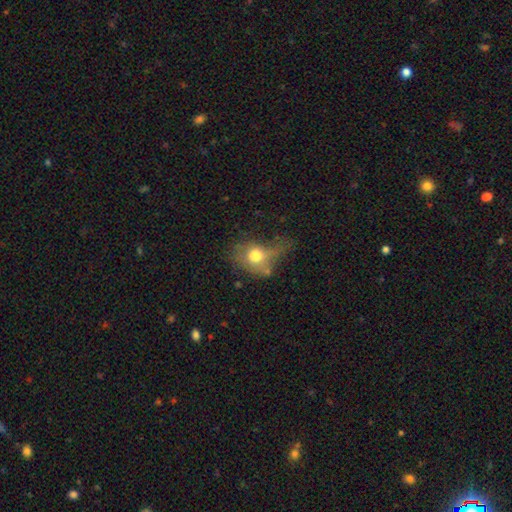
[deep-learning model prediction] This appears to be a smooth galaxy with no disk features (65%) that is in between round and cigar-shaped (52%). Merging: major disturbance (40%).